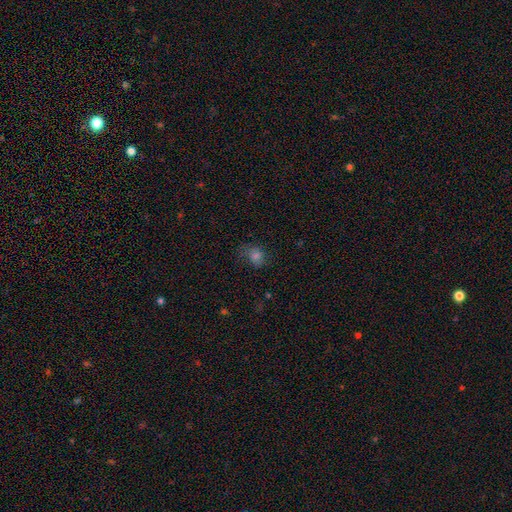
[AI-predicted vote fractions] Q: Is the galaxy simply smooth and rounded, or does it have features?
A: smooth — 70%.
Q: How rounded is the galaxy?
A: round — 52%.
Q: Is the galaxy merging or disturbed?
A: none — 55%.